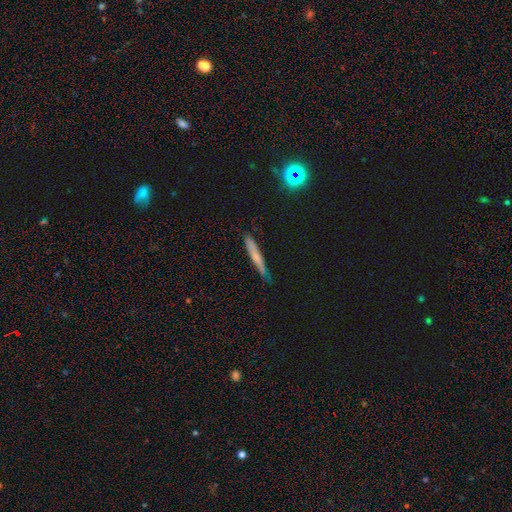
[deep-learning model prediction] A smooth galaxy with no disk features (54%) that is cigar-shaped (93%).

Vote fractions:
- Smooth or featured? smooth: 54% / featured or disk: 34% / star or artifact: 12%
- How rounded? cigar-shaped: 93% / in between: 4% / round: 2%
- Merging? none: 76% / minor disturbance: 19% / major disturbance: 3% / merger: 2%